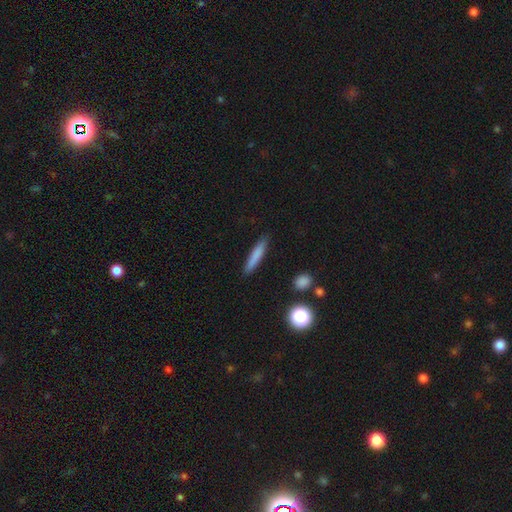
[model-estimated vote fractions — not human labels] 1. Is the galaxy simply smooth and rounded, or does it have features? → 78% smooth, 15% featured or disk, 7% star or artifact.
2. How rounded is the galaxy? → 92% cigar-shaped, 7% in between, 2% round.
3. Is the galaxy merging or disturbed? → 89% none, 8% minor disturbance, 2% major disturbance, 1% merger.